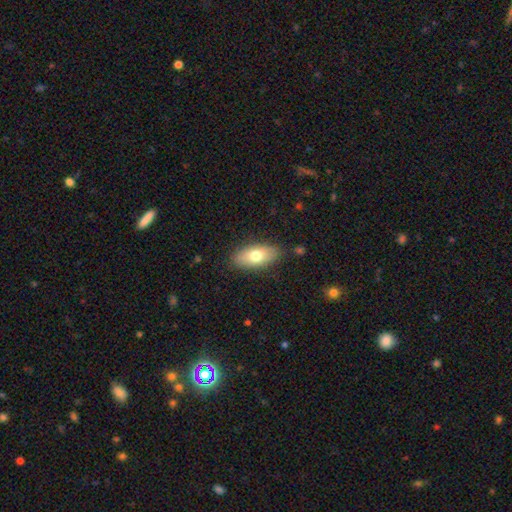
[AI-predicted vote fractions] Q: Smooth or featured?
A: smooth (72%); runner-up: featured or disk (21%)
Q: How rounded?
A: in between (87%); runner-up: cigar-shaped (10%)
Q: Merging?
A: none (85%); runner-up: minor disturbance (11%)